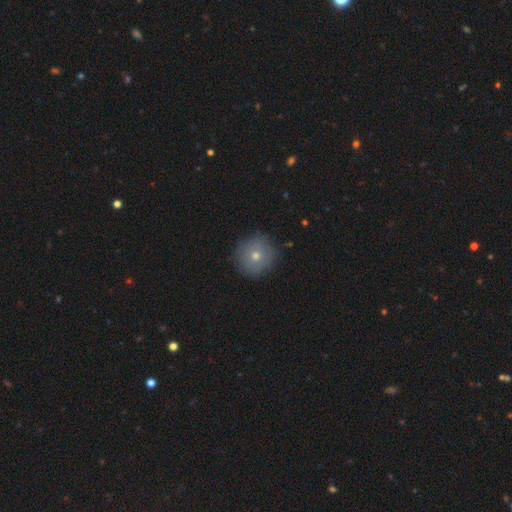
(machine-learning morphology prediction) The model was most divided on "smooth or featured": smooth: 66%, featured or disk: 20%, star or artifact: 15%. More confident: how rounded — round (94%); merging — none (87%).